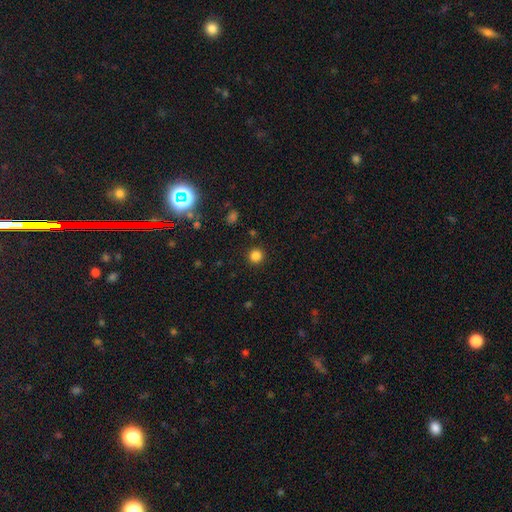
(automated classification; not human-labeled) A smooth galaxy with no disk features (83%) that is round (94%). Merging: none (91%).